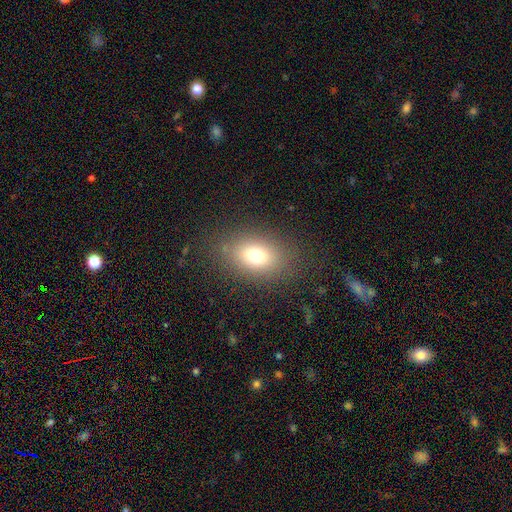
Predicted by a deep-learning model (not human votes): The model was most divided on "how rounded": in between: 68%, round: 30%, cigar-shaped: 1%. More confident: merging — none (83%); smooth or featured — smooth (72%).